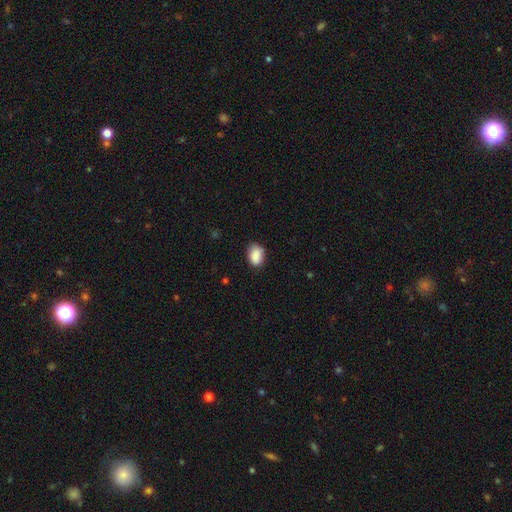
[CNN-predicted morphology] Smooth or featured?
  - smooth: 88% *
  - star or artifact: 8%
  - featured or disk: 4%
How rounded?
  - in between: 81% *
  - round: 18%
  - cigar-shaped: 1%
Merging?
  - none: 73% *
  - minor disturbance: 22%
  - major disturbance: 4%
  - merger: 2%